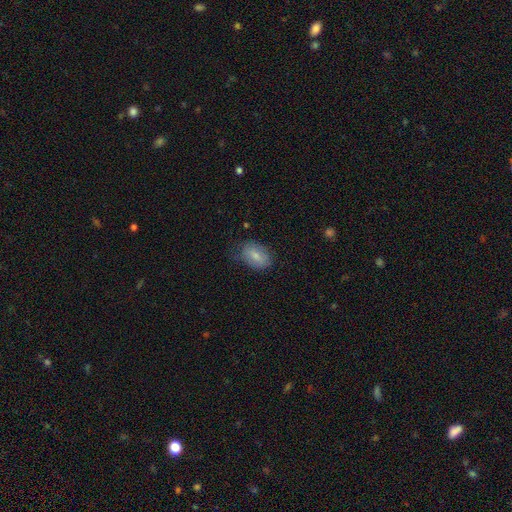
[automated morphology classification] Smooth or featured? Predicted: smooth (p=0.74). How rounded? Predicted: in between (p=0.85). Merging? Predicted: none (p=0.68).